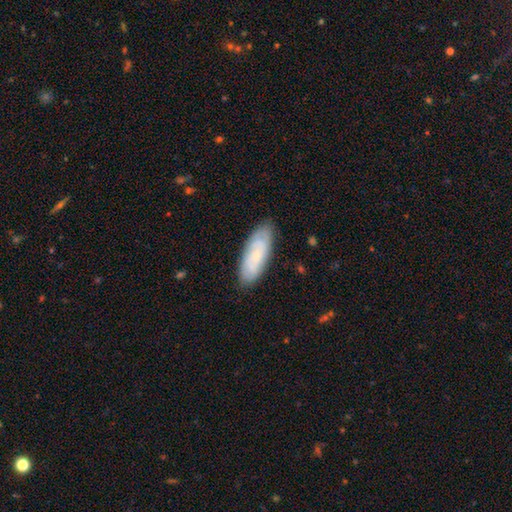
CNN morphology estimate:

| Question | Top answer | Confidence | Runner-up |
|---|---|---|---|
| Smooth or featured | smooth | 64% | featured or disk (29%) |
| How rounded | in between | 68% | cigar-shaped (30%) |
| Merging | none | 83% | minor disturbance (14%) |